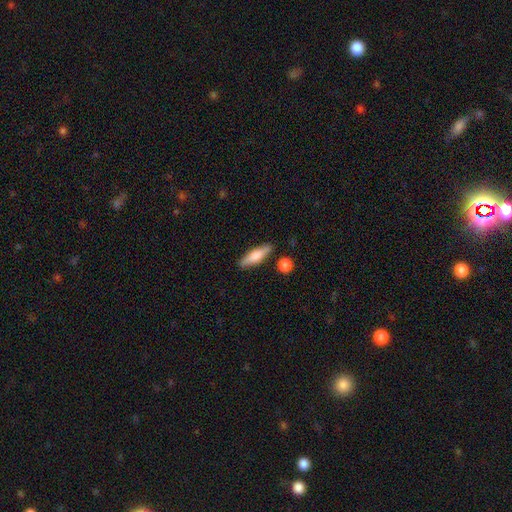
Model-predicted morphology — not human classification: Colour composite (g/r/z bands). It shows a smooth galaxy with no disk features (67%) that is cigar-shaped (62%). Merging: none (82%).